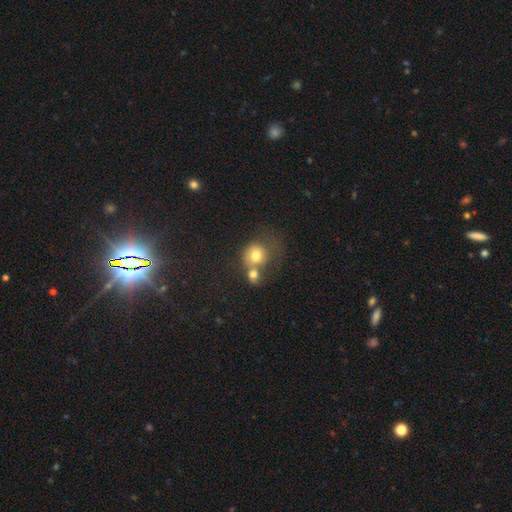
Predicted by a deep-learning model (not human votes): Smooth or featured? Predicted: smooth (p=0.74). How rounded? Predicted: round (p=0.79). Merging? Predicted: merger (p=0.57).